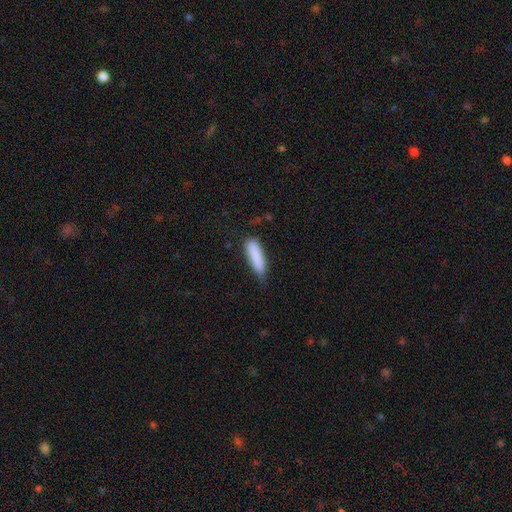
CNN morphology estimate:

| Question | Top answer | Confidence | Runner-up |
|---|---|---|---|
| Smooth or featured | smooth | 86% | featured or disk (8%) |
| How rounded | cigar-shaped | 70% | in between (29%) |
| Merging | none | 67% | minor disturbance (26%) |